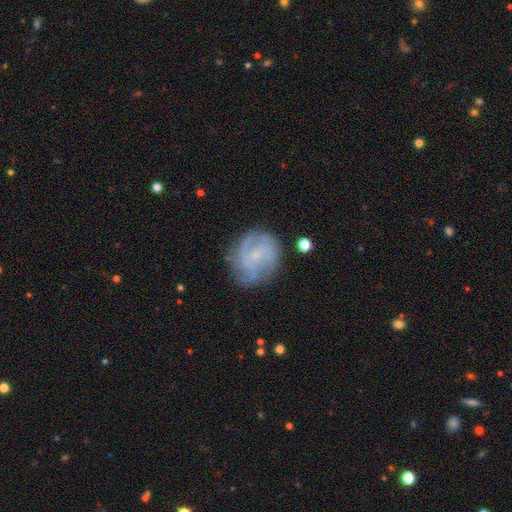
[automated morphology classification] featured or disk 67%, smooth 25%, star or artifact 8%. Down the decision tree: edge-on disk — no (98%); bar — no (49%); spiral arms — yes (83%); spiral arm count — can't tell (39%); spiral winding — medium (41%); bulge size — small (68%); merging — none (71%).